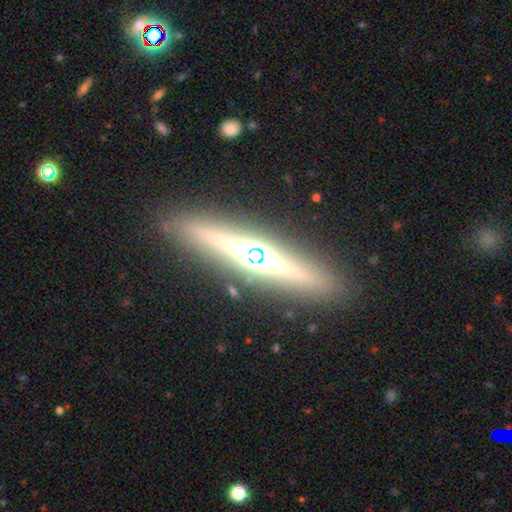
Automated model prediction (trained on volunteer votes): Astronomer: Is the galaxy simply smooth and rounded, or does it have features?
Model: featured or disk — 69%.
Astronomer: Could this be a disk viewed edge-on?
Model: yes — 94%.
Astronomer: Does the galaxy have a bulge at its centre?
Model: rounded — 87%.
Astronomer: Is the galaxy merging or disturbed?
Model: none — 88%.